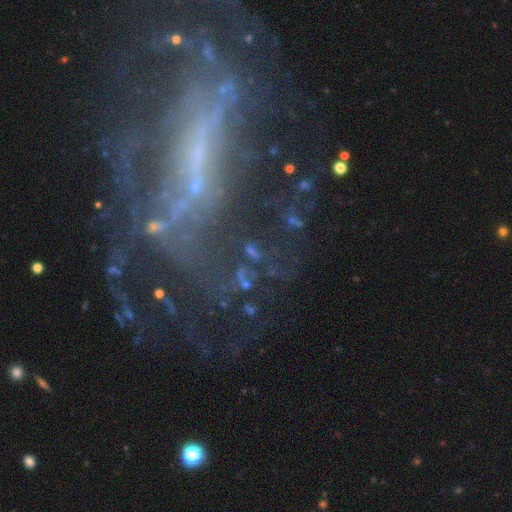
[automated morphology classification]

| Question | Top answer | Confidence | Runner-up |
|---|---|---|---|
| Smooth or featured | featured or disk | 62% | star or artifact (26%) |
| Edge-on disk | no | 88% | yes (12%) |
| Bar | strong | 38% | no (35%) |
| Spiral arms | yes | 56% | no (44%) |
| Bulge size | small | 47% | none (35%) |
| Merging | none | 49% | major disturbance (28%) |